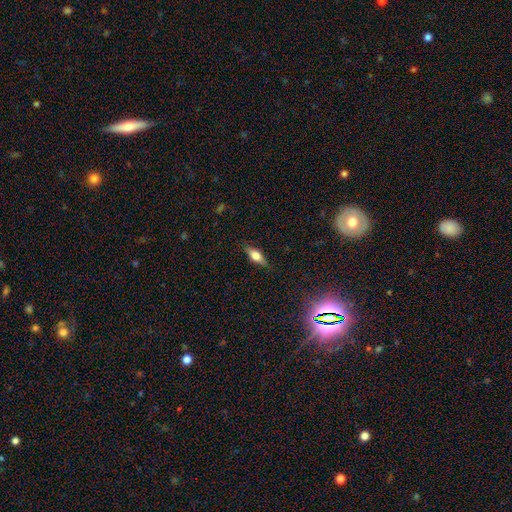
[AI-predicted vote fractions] Smooth or featured? smooth (59%)
How rounded? in between (69%)
Merging? none (84%)